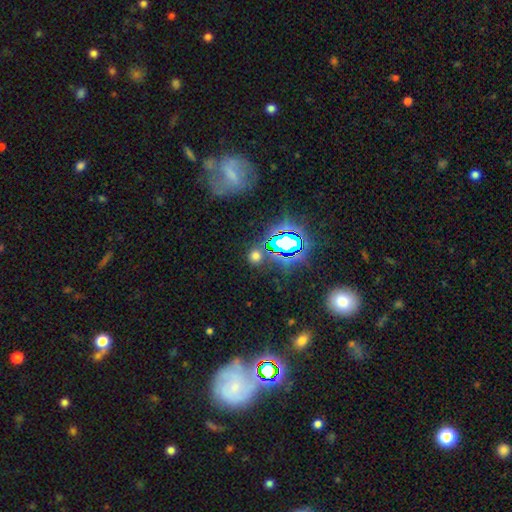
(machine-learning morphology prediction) Smooth or featured?
  - smooth: 55% *
  - star or artifact: 38%
  - featured or disk: 7%
How rounded?
  - round: 83% *
  - in between: 16%
  - cigar-shaped: 2%
Merging?
  - none: 82% *
  - minor disturbance: 9%
  - merger: 5%
  - major disturbance: 4%